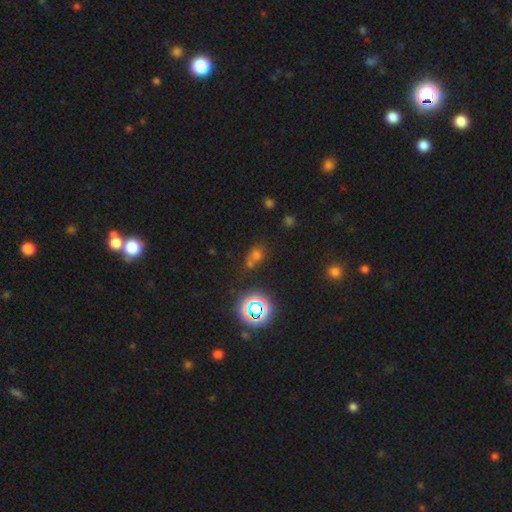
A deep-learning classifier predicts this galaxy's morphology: type=smooth (49%); merging=none (55%).